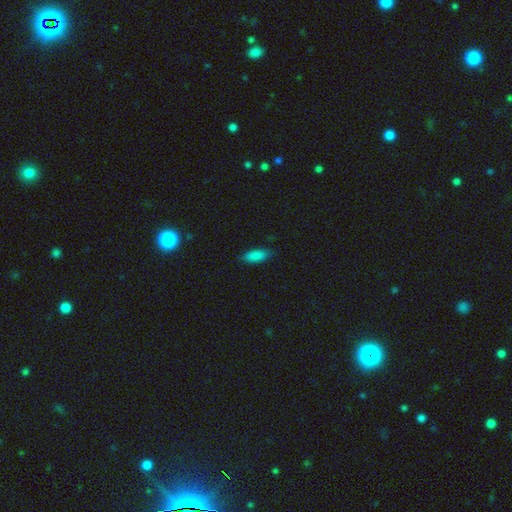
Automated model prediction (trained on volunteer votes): A smooth galaxy with no disk features (87%) that is in between round and cigar-shaped (79%).

Vote fractions:
- Smooth or featured? smooth: 87% / star or artifact: 8% / featured or disk: 5%
- How rounded? in between: 79% / cigar-shaped: 19% / round: 2%
- Merging? none: 83% / minor disturbance: 14% / major disturbance: 2% / merger: 1%